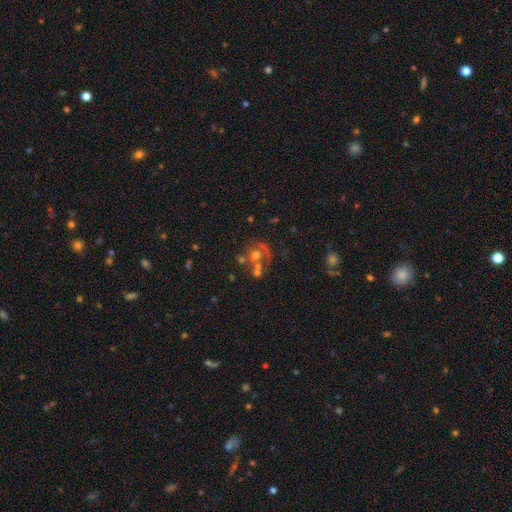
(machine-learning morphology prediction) This appears to be a featured or disk galaxy (49%). Merging: merger (37%).